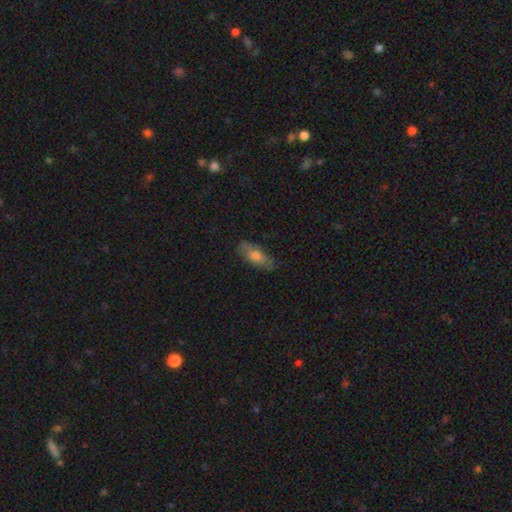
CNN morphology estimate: type=smooth (65%); roundness=in between (70%); merging=none (76%).